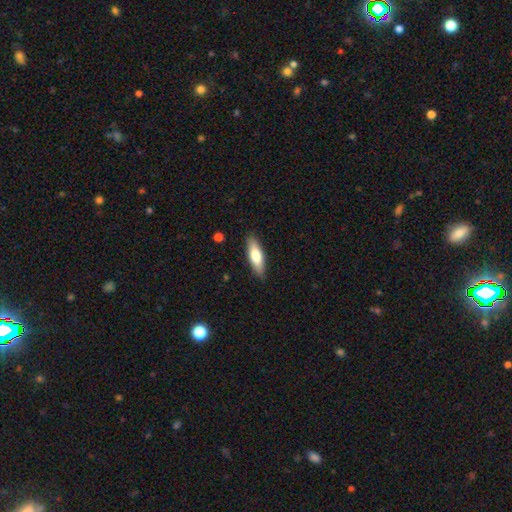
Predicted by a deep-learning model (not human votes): Smooth or featured?
  - smooth: 68% *
  - featured or disk: 26%
  - star or artifact: 6%
How rounded?
  - cigar-shaped: 51% *
  - in between: 47%
  - round: 2%
Merging?
  - none: 87% *
  - minor disturbance: 10%
  - major disturbance: 2%
  - merger: 1%